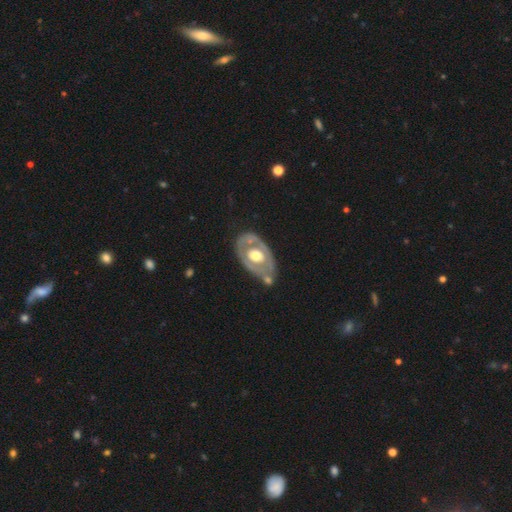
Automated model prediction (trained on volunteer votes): Smooth or featured? Predicted: featured or disk (p=0.66). Edge-on disk? Predicted: no (p=0.91). Bar? Predicted: no (p=0.84). Spiral arms? Predicted: no (p=0.76). Bulge size? Predicted: moderate (p=0.57). Merging? Predicted: none (p=0.56).